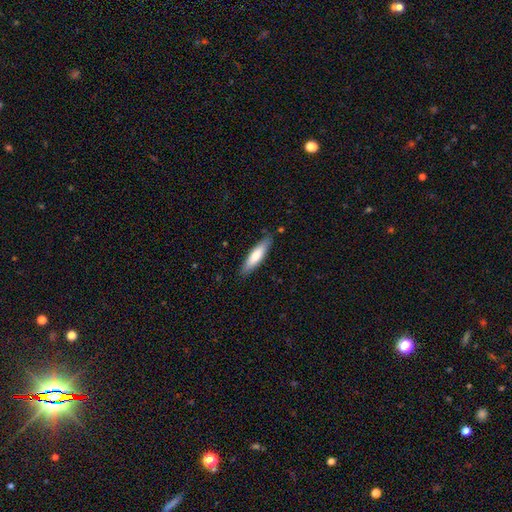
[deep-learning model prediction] smooth 69%, featured or disk 25%, star or artifact 5%. Down the decision tree: how rounded — cigar-shaped (71%); merging — none (85%).